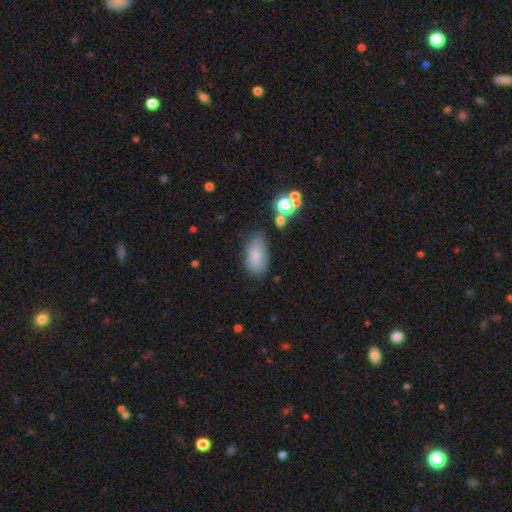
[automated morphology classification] Smooth or featured? smooth (77%)
How rounded? in between (92%)
Merging? none (64%)